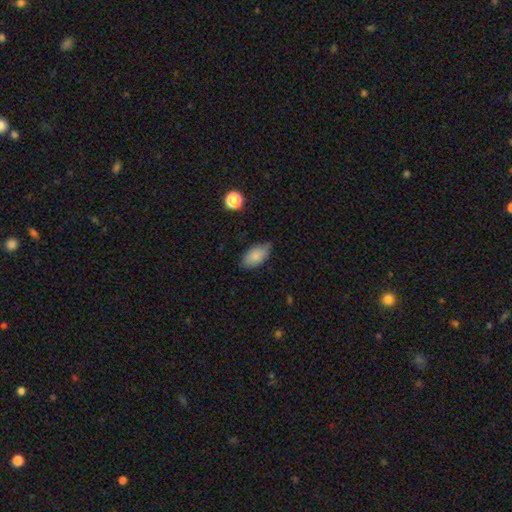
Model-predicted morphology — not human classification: A smooth galaxy with no disk features (84%) that is in between round and cigar-shaped (93%). Merging: none (77%).